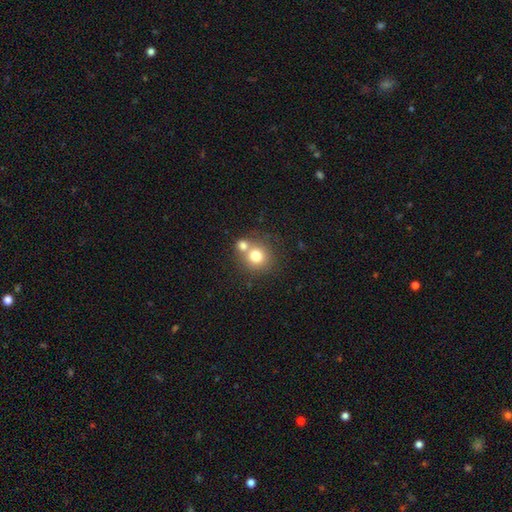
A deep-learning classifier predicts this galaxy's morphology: smooth_or_featured: smooth (p=0.76) [alt: featured or disk p=0.13]
how_rounded: round (p=0.88) [alt: in between p=0.11]
merging: none (p=0.51) [alt: merger p=0.38]